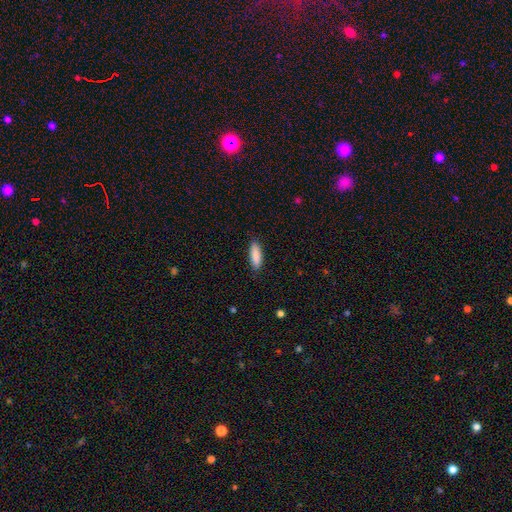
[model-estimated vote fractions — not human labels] Smooth or featured? smooth (88%)
How rounded? cigar-shaped (51%)
Merging? none (86%)